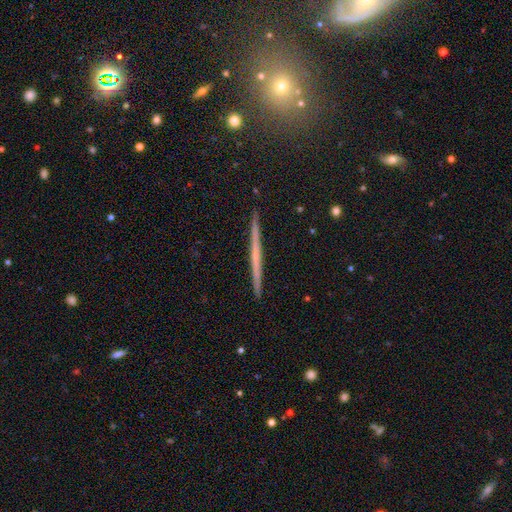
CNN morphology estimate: The model was most divided on "smooth or featured": featured or disk: 59%, smooth: 32%, star or artifact: 8%. More confident: edge-on disk — yes (98%); merging — none (93%); edge-on bulge — none (85%).